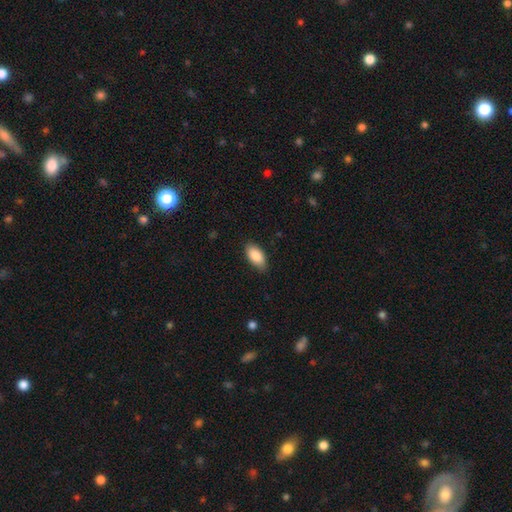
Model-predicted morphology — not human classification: type=smooth (88%); roundness=in between (93%); merging=none (83%).